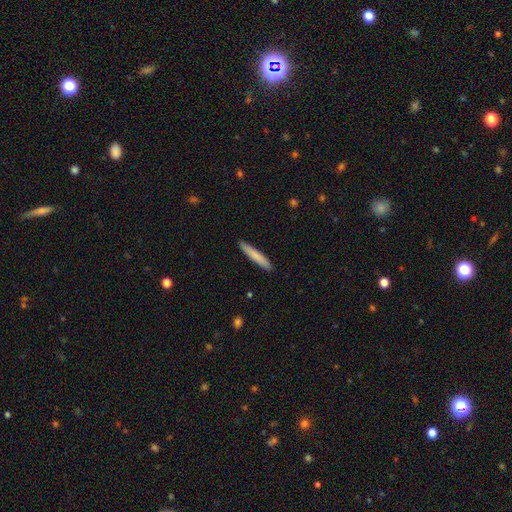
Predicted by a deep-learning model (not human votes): Morphology: type=smooth (80%); roundness=cigar-shaped (95%); merging=none (91%).